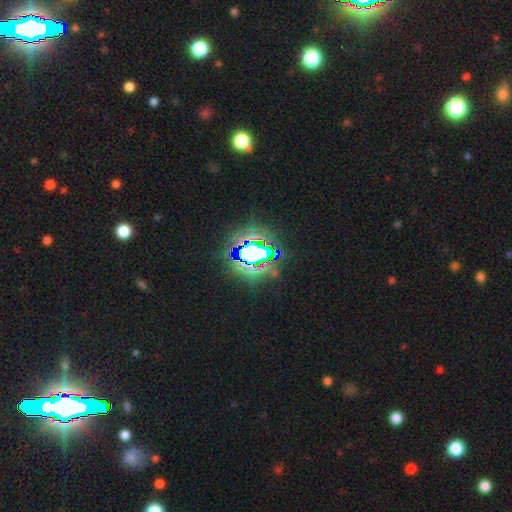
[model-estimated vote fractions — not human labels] A star or artifact, not a galaxy (83%).